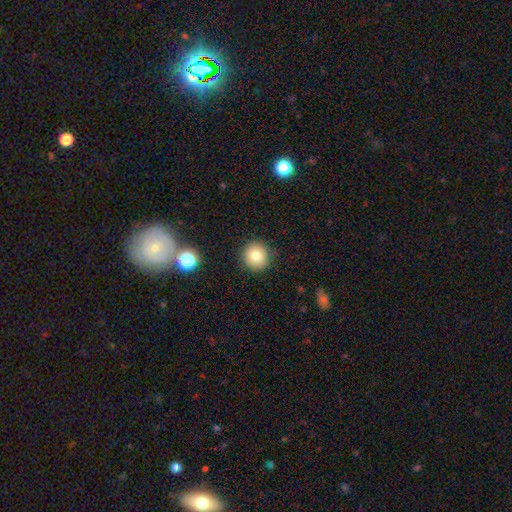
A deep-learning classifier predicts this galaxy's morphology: smooth_or_featured: smooth (p=0.82) [alt: star or artifact p=0.10]
how_rounded: round (p=0.92) [alt: in between p=0.07]
merging: none (p=0.90) [alt: minor disturbance p=0.07]